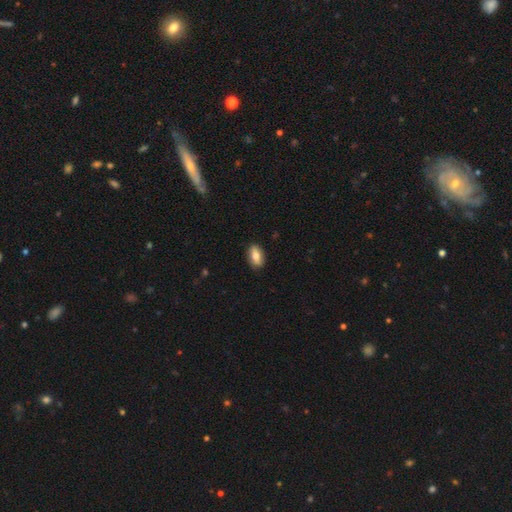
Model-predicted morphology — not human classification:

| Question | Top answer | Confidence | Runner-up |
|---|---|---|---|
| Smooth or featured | smooth | 77% | featured or disk (17%) |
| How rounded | in between | 88% | cigar-shaped (7%) |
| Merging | none | 88% | minor disturbance (9%) |